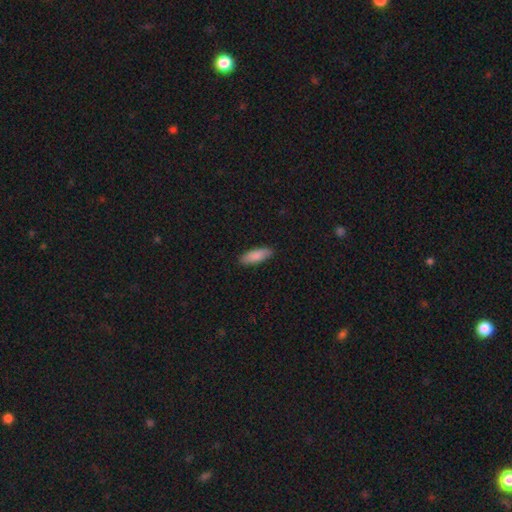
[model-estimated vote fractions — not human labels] This appears to be a smooth galaxy with no disk features (88%) that is in between round and cigar-shaped (65%). Merging: none (88%).